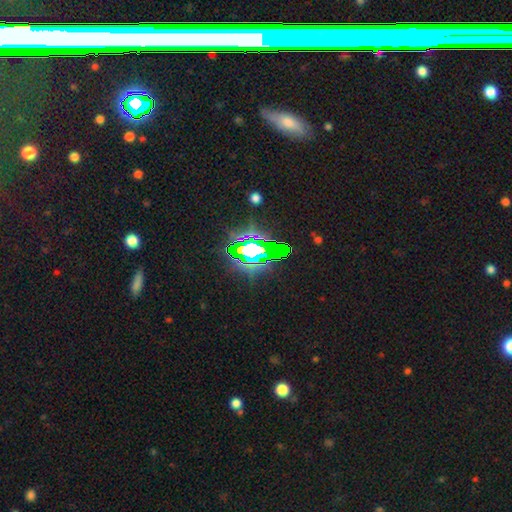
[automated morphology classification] A star or artifact, not a galaxy (68%).